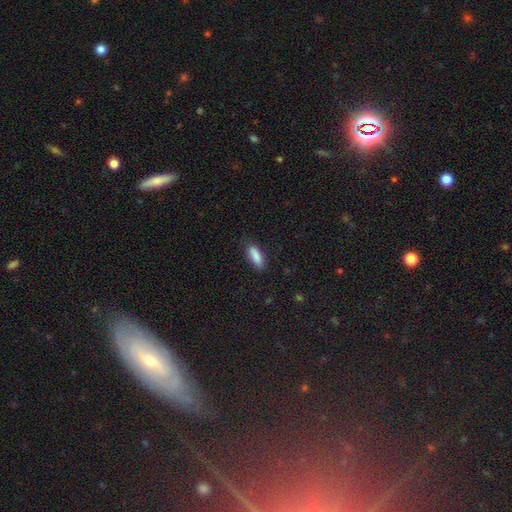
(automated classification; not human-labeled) smooth_or_featured: smooth (p=0.87) [alt: star or artifact p=0.07]
how_rounded: in between (p=0.62) [alt: cigar-shaped p=0.36]
merging: none (p=0.80) [alt: minor disturbance p=0.15]